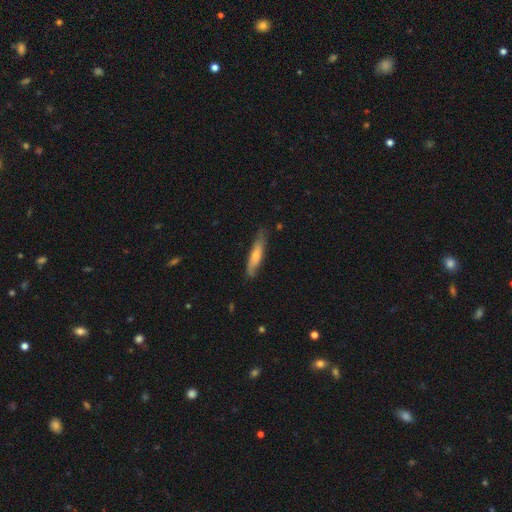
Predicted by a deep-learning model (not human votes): This appears to be a smooth galaxy with no disk features (62%) that is cigar-shaped (81%). Merging: none (73%).